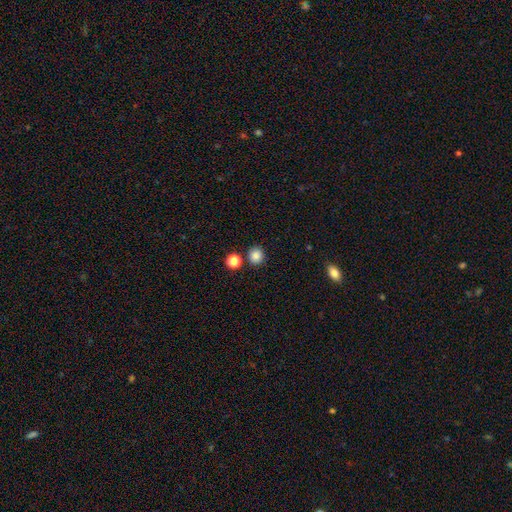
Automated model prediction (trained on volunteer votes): smooth_or_featured: smooth (p=0.84) [alt: star or artifact p=0.11]
how_rounded: round (p=0.89) [alt: in between p=0.10]
merging: none (p=0.85) [alt: merger p=0.07]